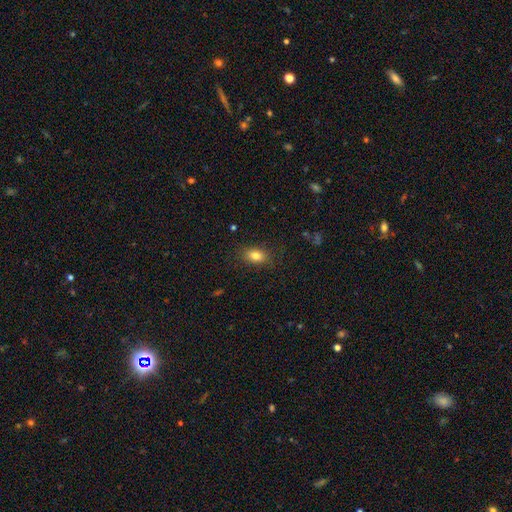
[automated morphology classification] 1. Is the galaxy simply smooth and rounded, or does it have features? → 81% smooth, 10% star or artifact, 9% featured or disk.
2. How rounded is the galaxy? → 83% in between, 15% round, 2% cigar-shaped.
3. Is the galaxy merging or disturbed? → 84% none, 12% minor disturbance, 3% major disturbance, 1% merger.